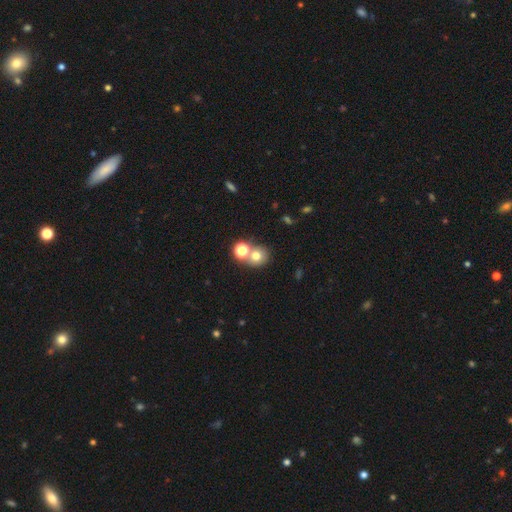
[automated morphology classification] Smooth or featured?
  - smooth: 71% *
  - star or artifact: 17%
  - featured or disk: 12%
How rounded?
  - round: 82% *
  - in between: 17%
  - cigar-shaped: 1%
Merging?
  - none: 52% *
  - merger: 36%
  - minor disturbance: 8%
  - major disturbance: 4%